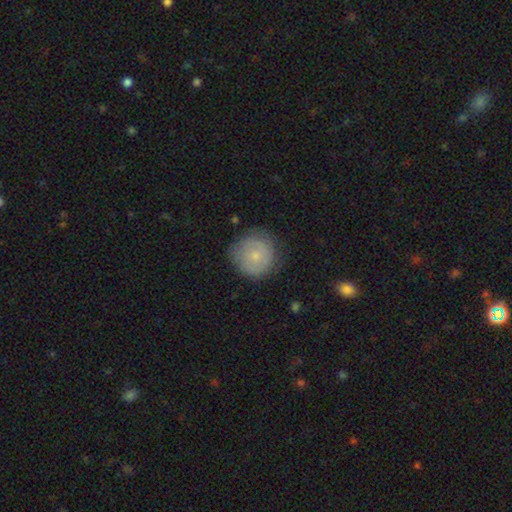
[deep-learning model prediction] Smooth or featured?
  - smooth: 69% *
  - featured or disk: 24%
  - star or artifact: 7%
How rounded?
  - round: 93% *
  - in between: 6%
  - cigar-shaped: 1%
Merging?
  - none: 74% *
  - minor disturbance: 19%
  - major disturbance: 5%
  - merger: 1%